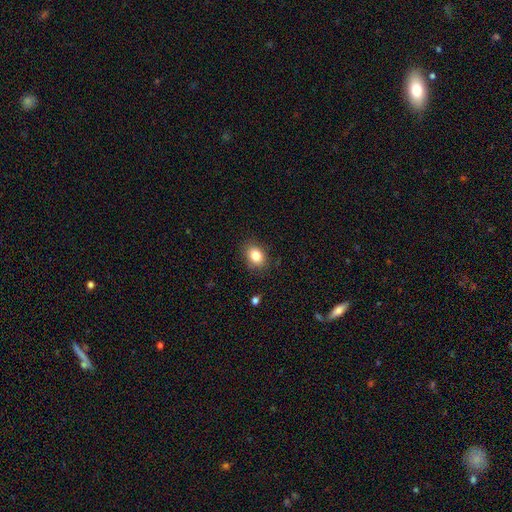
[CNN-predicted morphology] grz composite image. It shows a smooth galaxy with no disk features (83%) that is in between round and cigar-shaped (72%). Merging: none (85%).